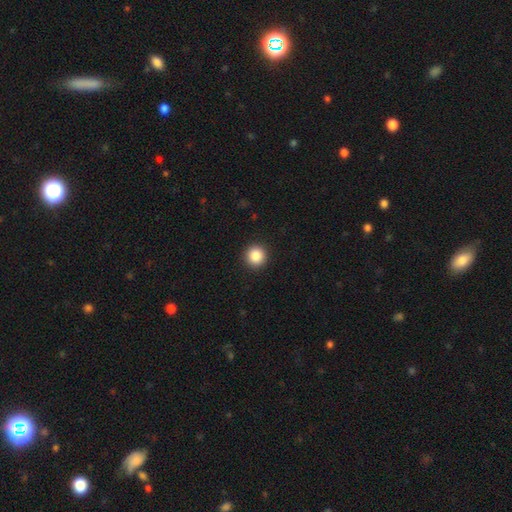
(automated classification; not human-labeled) smooth-or-featured: smooth: 87% | star or artifact: 9% | featured or disk: 4%
  how-rounded: round: 95% | in between: 4% | cigar-shaped: 1%
  merging: none: 93% | minor disturbance: 4% | major disturbance: 2% | merger: 1%